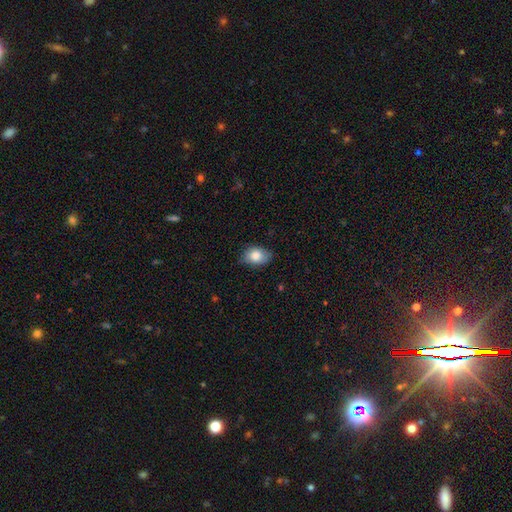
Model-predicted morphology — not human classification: Overall: smooth (82%). How rounded: in between (81%). Merging: none (73%).